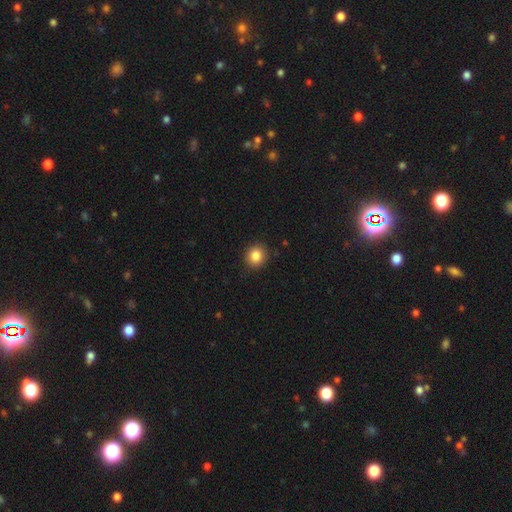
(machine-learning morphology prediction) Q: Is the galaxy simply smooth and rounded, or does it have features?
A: smooth — 85%.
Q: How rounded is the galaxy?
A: round — 85%.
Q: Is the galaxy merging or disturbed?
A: none — 90%.